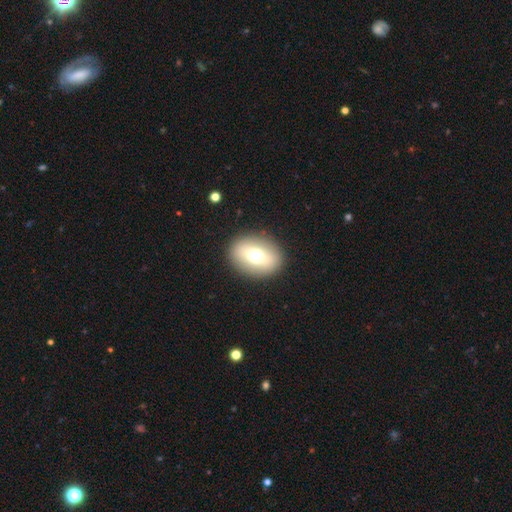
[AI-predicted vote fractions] A smooth galaxy with no disk features (67%) that is in between round and cigar-shaped (63%).

Vote fractions:
- Smooth or featured? smooth: 67% / featured or disk: 22% / star or artifact: 11%
- How rounded? in between: 63% / round: 36% / cigar-shaped: 1%
- Merging? none: 89% / minor disturbance: 7% / major disturbance: 3% / merger: 1%